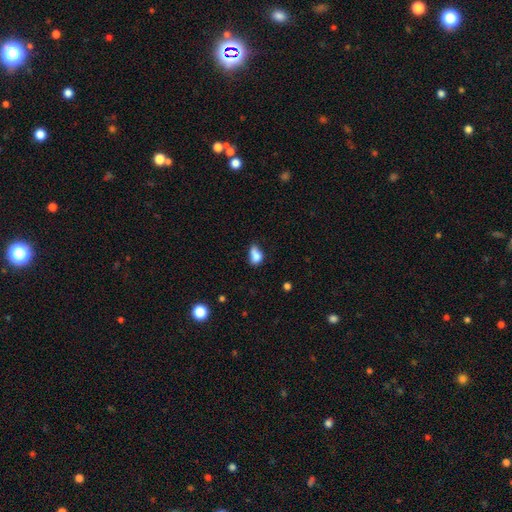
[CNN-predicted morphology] A smooth galaxy with no disk features (78%) that is in between round and cigar-shaped (78%). Merging: minor disturbance (35%).